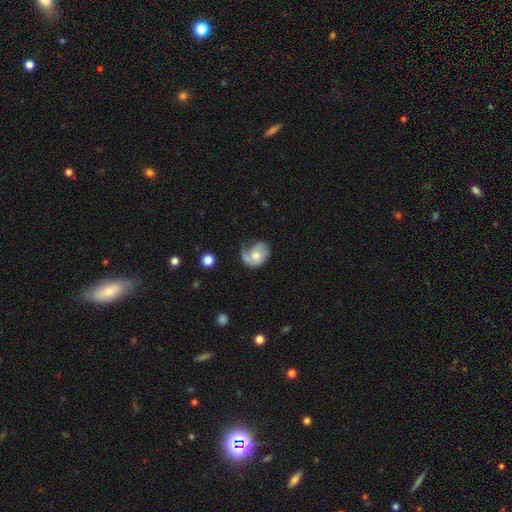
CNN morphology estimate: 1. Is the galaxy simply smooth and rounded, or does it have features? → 58% featured or disk, 35% smooth, 7% star or artifact.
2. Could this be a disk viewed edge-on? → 97% no, 3% yes.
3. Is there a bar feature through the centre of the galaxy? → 75% no, 22% weak, 3% strong.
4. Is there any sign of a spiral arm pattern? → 82% yes, 18% no.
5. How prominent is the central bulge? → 55% moderate, 27% small, 10% large, 6% none, 2% dominant.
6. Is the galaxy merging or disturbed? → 35% none, 30% major disturbance, 28% minor disturbance, 7% merger.